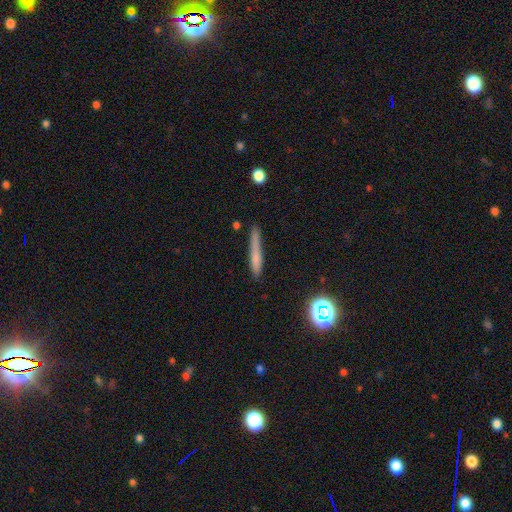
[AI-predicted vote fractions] Smooth or featured: smooth — 64% (featured or disk — 24%)
How rounded: cigar-shaped — 93% (in between — 5%)
Merging: none — 74% (minor disturbance — 19%)